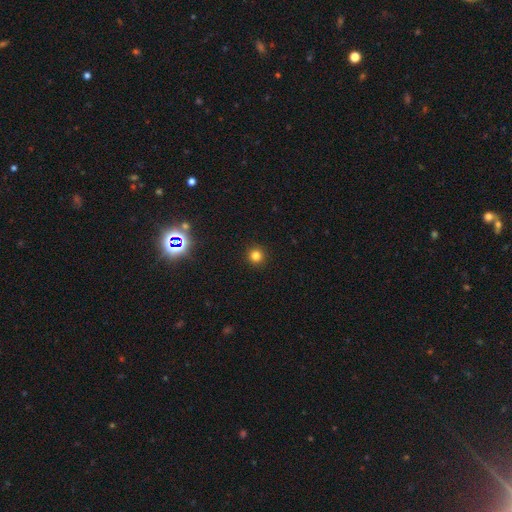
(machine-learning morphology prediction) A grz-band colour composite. It shows a smooth galaxy with no disk features (80%) that is round (95%). Merging: none (93%).